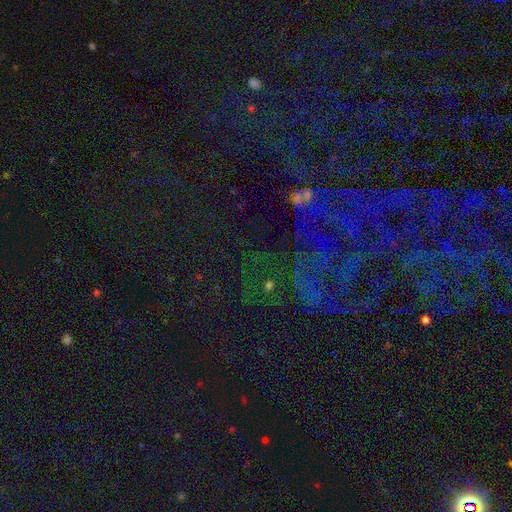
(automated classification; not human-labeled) Smooth or featured: star or artifact — 74% (featured or disk — 14%)